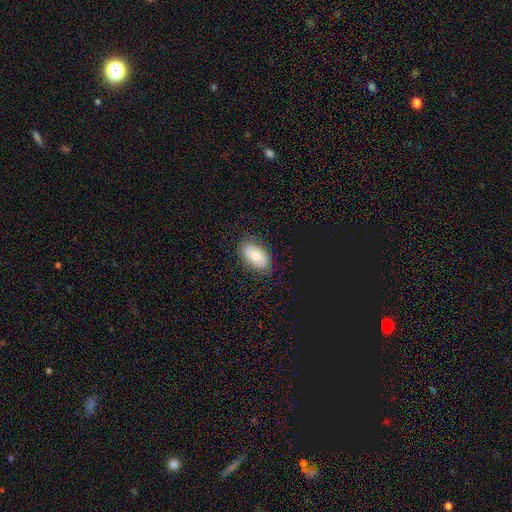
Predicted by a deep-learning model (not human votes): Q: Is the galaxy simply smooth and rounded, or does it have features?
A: smooth — 67%.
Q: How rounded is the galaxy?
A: in between — 92%.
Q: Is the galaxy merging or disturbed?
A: none — 82%.